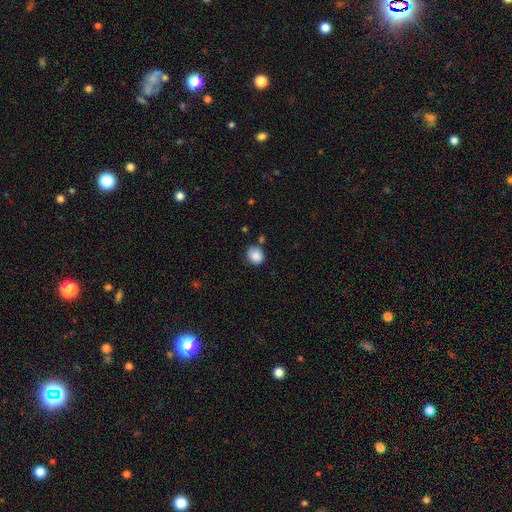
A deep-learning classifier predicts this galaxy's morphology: smooth 88%, star or artifact 8%, featured or disk 4%. Down the decision tree: how rounded — round (74%); merging — none (73%).